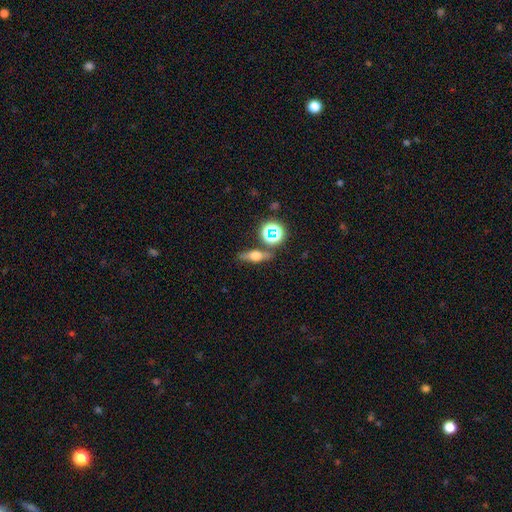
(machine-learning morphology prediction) Smooth or featured?
  - featured or disk: 46% *
  - smooth: 39%
  - star or artifact: 15%
Merging?
  - none: 78% *
  - minor disturbance: 11%
  - merger: 7%
  - major disturbance: 4%